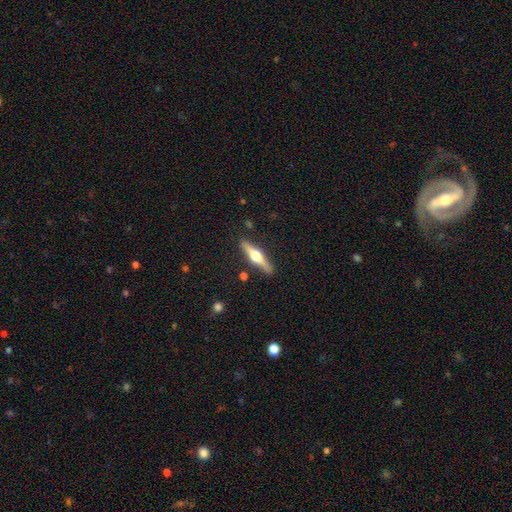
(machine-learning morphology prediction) Overall: featured or disk (69%). Edge-on disk: yes (97%). Edge-on bulge: rounded (96%). Merging: none (88%).